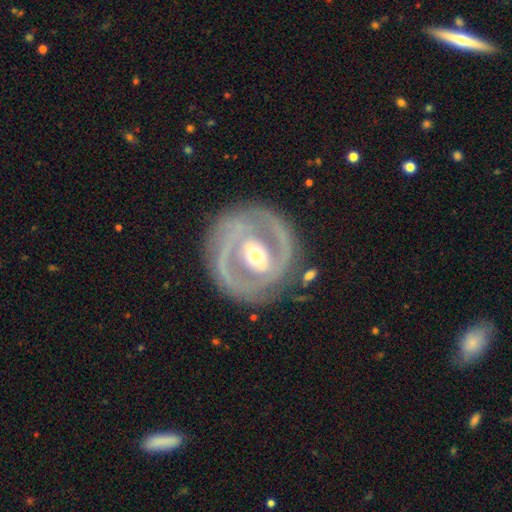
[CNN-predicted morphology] Smooth or featured?
  - featured or disk: 82% *
  - smooth: 13%
  - star or artifact: 5%
Edge-on disk?
  - no: 95% *
  - yes: 5%
Bar?
  - strong: 47% *
  - weak: 34%
  - no: 19%
Spiral arms?
  - yes: 69% *
  - no: 31%
Spiral winding?
  - tight: 50% *
  - medium: 35%
  - loose: 14%
Spiral arm count?
  - 2: 72% *
  - can't tell: 14%
  - 1: 6%
  - 3: 4%
  - 4: 2%
  - more than 4: 2%
Bulge size?
  - moderate: 69% *
  - small: 17%
  - large: 11%
  - dominant: 1%
  - none: 1%
Merging?
  - none: 78% *
  - minor disturbance: 13%
  - major disturbance: 7%
  - merger: 2%